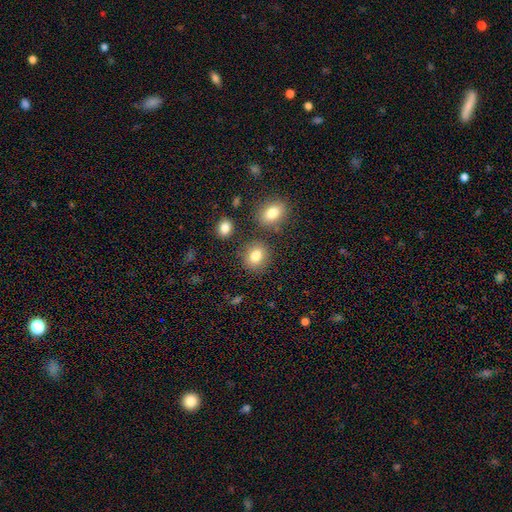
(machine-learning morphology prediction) smooth-or-featured: smooth: 82% | star or artifact: 11% | featured or disk: 8%
  how-rounded: round: 69% | in between: 29% | cigar-shaped: 1%
  merging: none: 79% | minor disturbance: 10% | merger: 7% | major disturbance: 4%